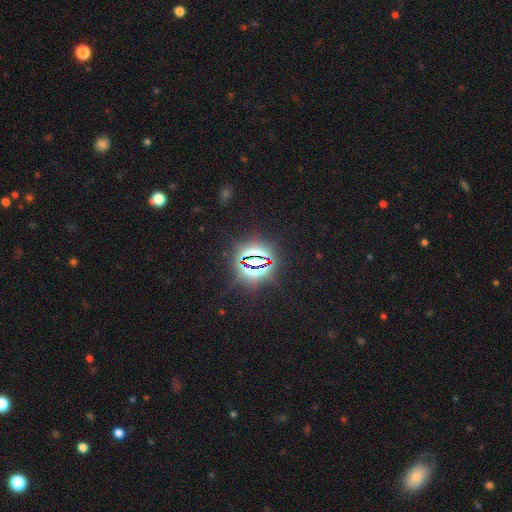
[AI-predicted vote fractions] smooth-or-featured: star or artifact: 84% | smooth: 9% | featured or disk: 7%